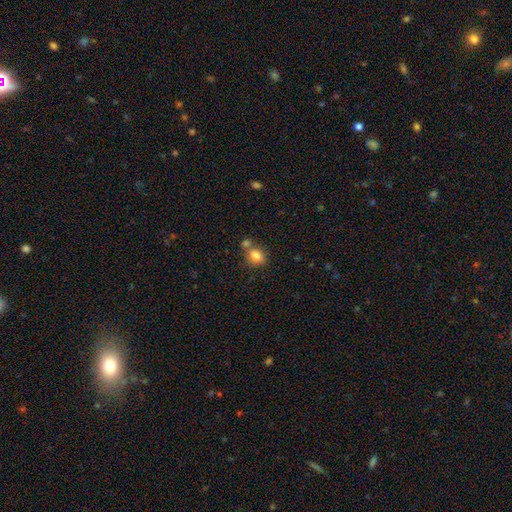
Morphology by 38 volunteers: A smooth galaxy with no disk features (89%) that is in between round and cigar-shaped (53%). Merging: none (50%).